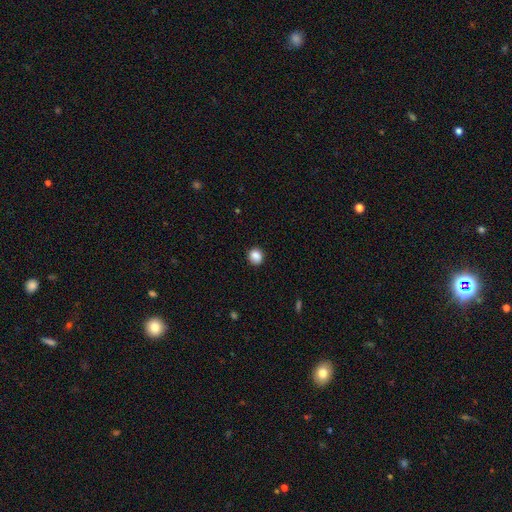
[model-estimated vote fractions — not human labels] Smooth or featured: smooth — 87% (star or artifact — 9%)
How rounded: round — 80% (in between — 19%)
Merging: none — 89% (minor disturbance — 8%)